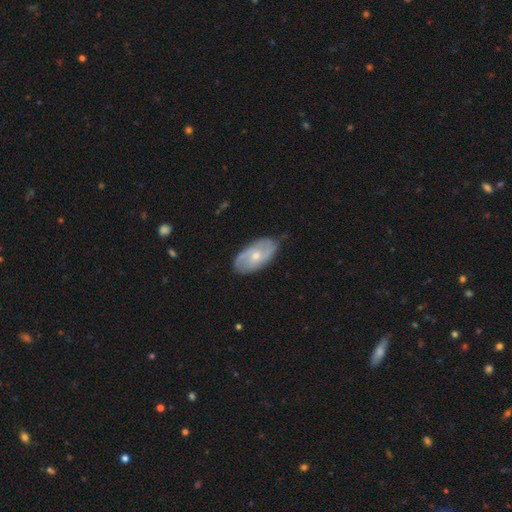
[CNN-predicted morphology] type=featured or disk (65%); edge-on=no (92%); bar=no (63%); spiral arms=yes (79%); bulge=small (56%); merging=none (77%).